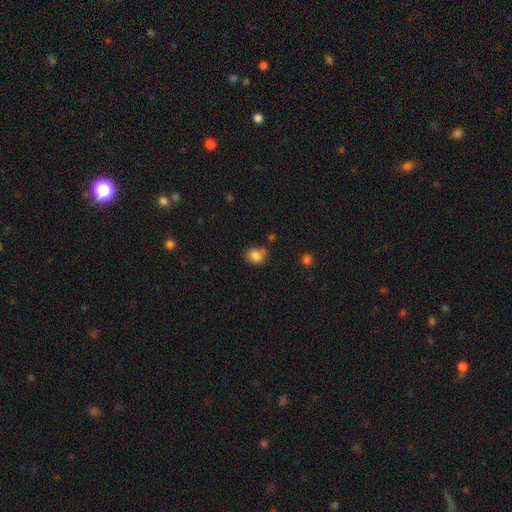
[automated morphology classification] This appears to be a smooth galaxy with no disk features (83%) that is round (55%). Merging: none (63%).